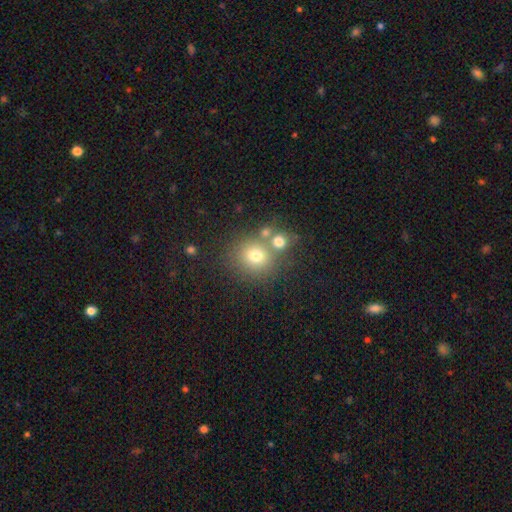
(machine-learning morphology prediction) Q: Smooth or featured?
A: smooth (71%); runner-up: star or artifact (16%)
Q: How rounded?
A: round (84%); runner-up: in between (15%)
Q: Merging?
A: none (61%); runner-up: merger (25%)